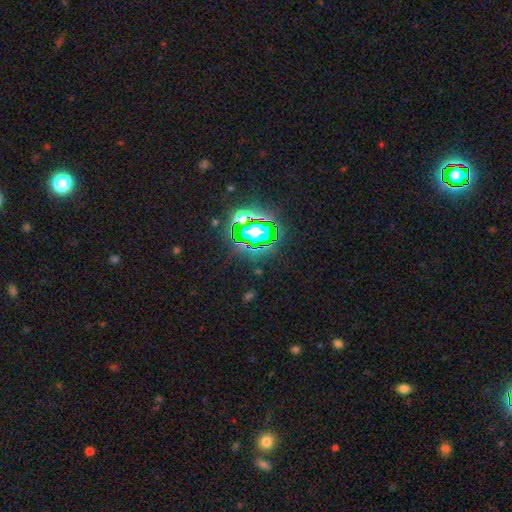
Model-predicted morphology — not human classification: smooth-or-featured: star or artifact: 75% | smooth: 15% | featured or disk: 10%